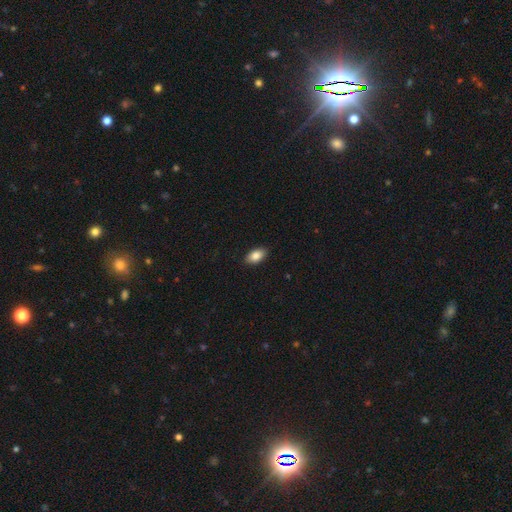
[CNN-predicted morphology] A smooth galaxy with no disk features (86%) that is in between round and cigar-shaped (93%).

Vote fractions:
- Smooth or featured? smooth: 86% / star or artifact: 7% / featured or disk: 7%
- How rounded? in between: 93% / round: 5% / cigar-shaped: 2%
- Merging? none: 89% / minor disturbance: 9% / major disturbance: 2% / merger: 1%